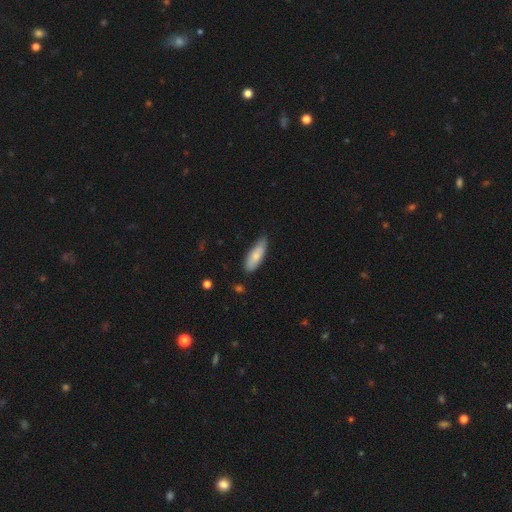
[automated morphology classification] Smooth or featured? smooth (77%)
How rounded? in between (53%)
Merging? none (68%)